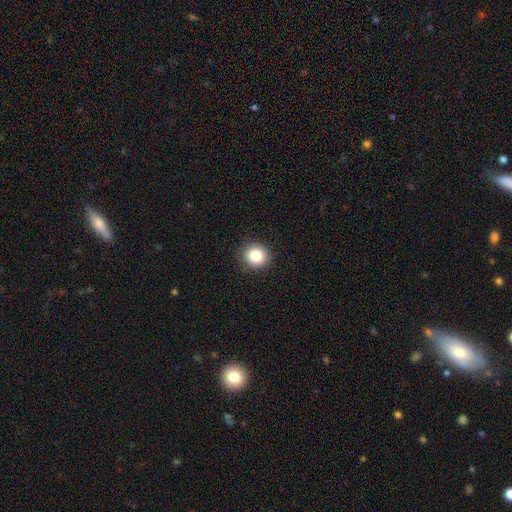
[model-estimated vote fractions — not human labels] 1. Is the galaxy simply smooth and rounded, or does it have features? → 86% smooth, 10% star or artifact, 5% featured or disk.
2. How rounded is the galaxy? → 86% round, 13% in between, 1% cigar-shaped.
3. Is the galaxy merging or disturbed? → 90% none, 7% minor disturbance, 2% major disturbance, 1% merger.